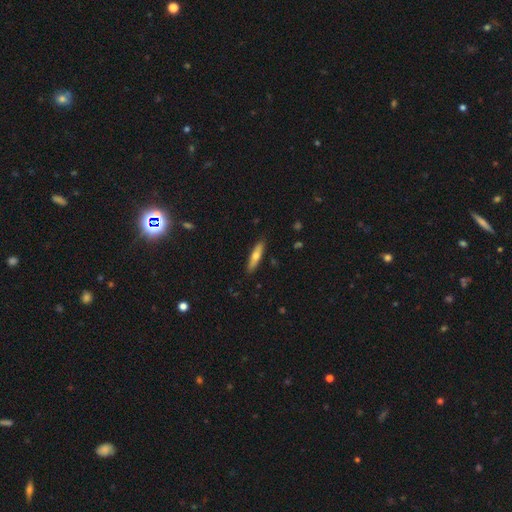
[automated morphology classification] Smooth or featured? Predicted: smooth (p=0.56). How rounded? Predicted: cigar-shaped (p=0.80). Merging? Predicted: none (p=0.89).